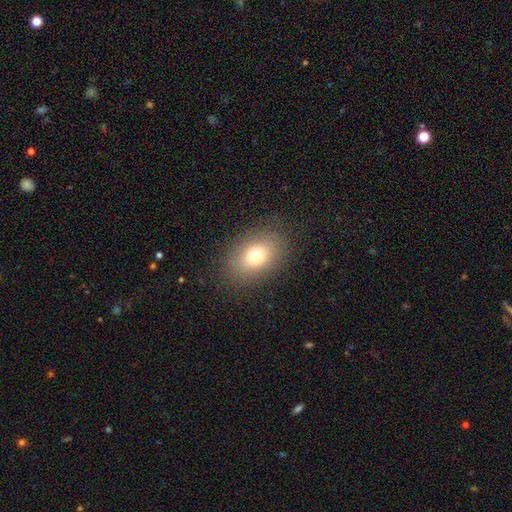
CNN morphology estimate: Smooth or featured: smooth — 74% (featured or disk — 13%)
How rounded: in between — 73% (round — 26%)
Merging: none — 85% (minor disturbance — 10%)